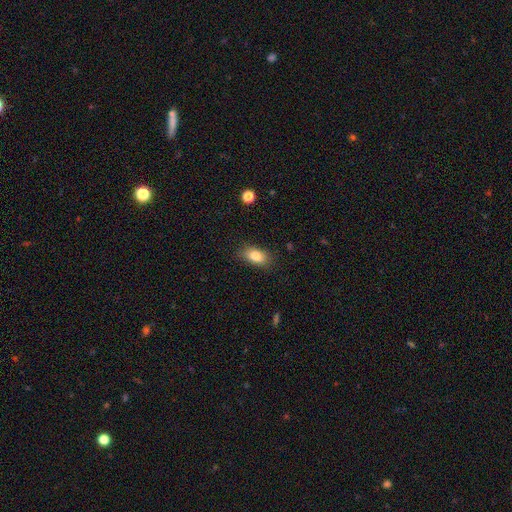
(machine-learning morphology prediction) Smooth or featured?
  - smooth: 83% *
  - featured or disk: 9%
  - star or artifact: 8%
How rounded?
  - in between: 88% *
  - round: 7%
  - cigar-shaped: 5%
Merging?
  - none: 84% *
  - minor disturbance: 12%
  - major disturbance: 3%
  - merger: 1%